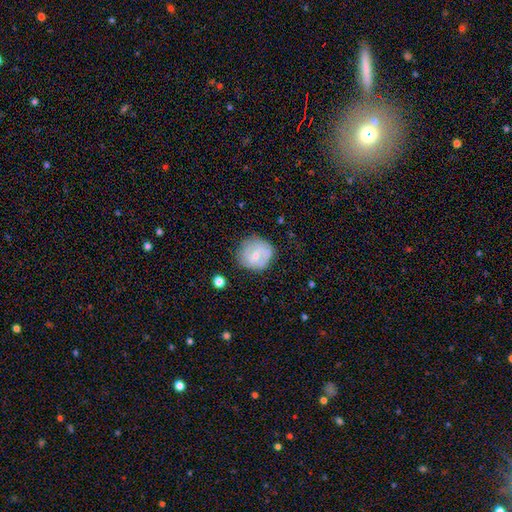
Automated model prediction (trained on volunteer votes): Smooth or featured?
  - featured or disk: 47% *
  - smooth: 46%
  - star or artifact: 7%
Merging?
  - none: 71% *
  - minor disturbance: 20%
  - major disturbance: 7%
  - merger: 2%